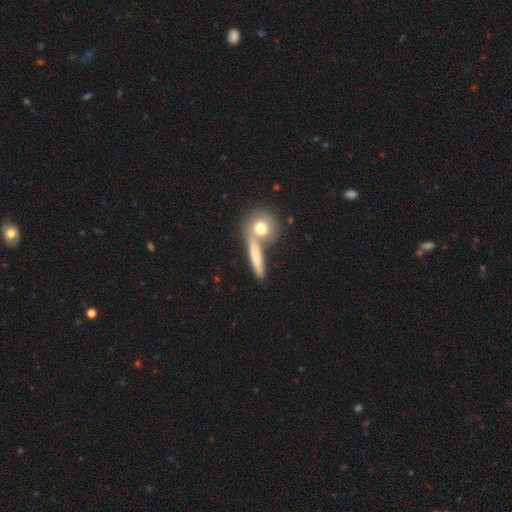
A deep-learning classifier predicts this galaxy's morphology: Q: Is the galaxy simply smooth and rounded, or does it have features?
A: smooth — 69%.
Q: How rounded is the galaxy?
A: cigar-shaped — 57%.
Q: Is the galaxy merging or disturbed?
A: none — 59%.